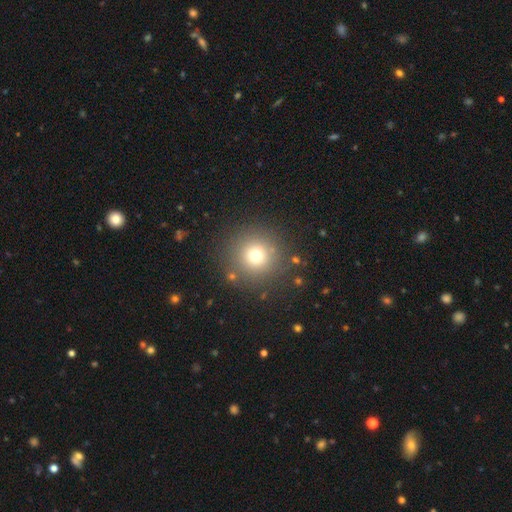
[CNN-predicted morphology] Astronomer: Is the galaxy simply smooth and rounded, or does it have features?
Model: smooth — 72%.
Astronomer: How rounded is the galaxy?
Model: round — 95%.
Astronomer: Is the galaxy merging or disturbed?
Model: none — 86%.